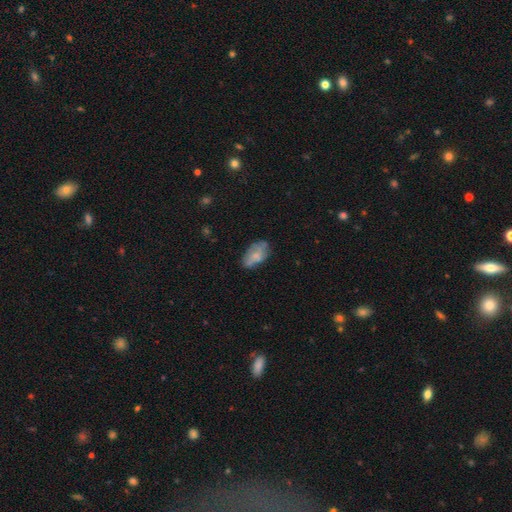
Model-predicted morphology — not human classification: This is likely a smooth galaxy (61%). How rounded: clearly in between (93%). Merging: possibly none (59%).